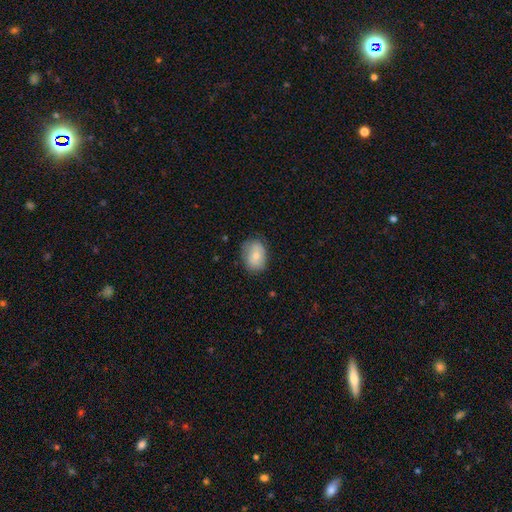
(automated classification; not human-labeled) Q: Smooth or featured?
A: smooth (73%); runner-up: featured or disk (20%)
Q: How rounded?
A: in between (70%); runner-up: round (29%)
Q: Merging?
A: none (71%); runner-up: minor disturbance (22%)